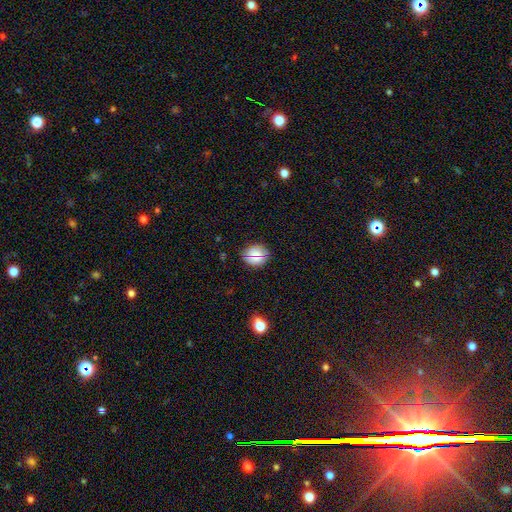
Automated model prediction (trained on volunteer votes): Smooth or featured? smooth (72%)
How rounded? round (66%)
Merging? none (85%)